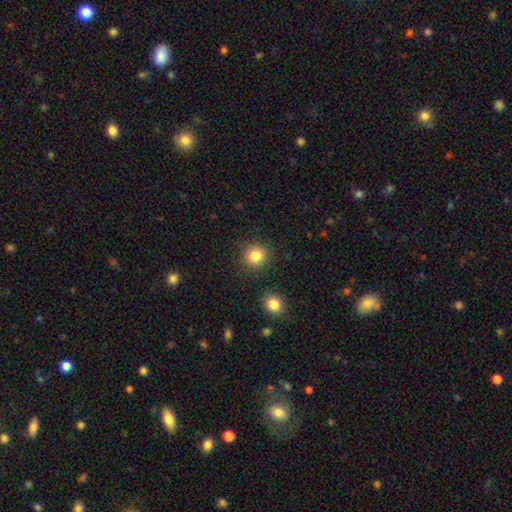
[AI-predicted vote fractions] Overall: smooth (84%). How rounded: round (85%). Merging: none (86%).